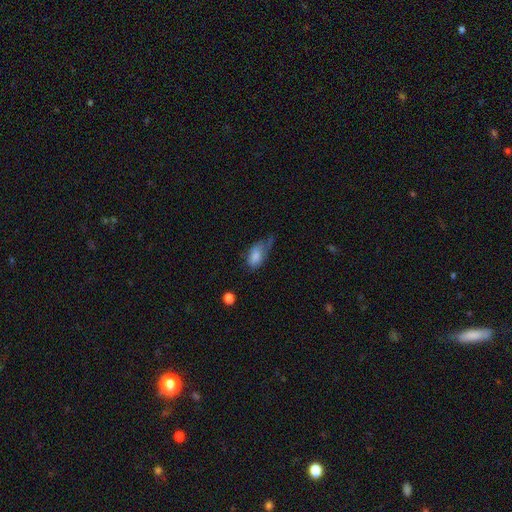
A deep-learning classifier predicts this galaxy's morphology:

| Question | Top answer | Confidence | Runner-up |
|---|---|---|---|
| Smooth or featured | smooth | 77% | featured or disk (15%) |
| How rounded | in between | 91% | round (5%) |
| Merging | minor disturbance | 35% | major disturbance (31%) |